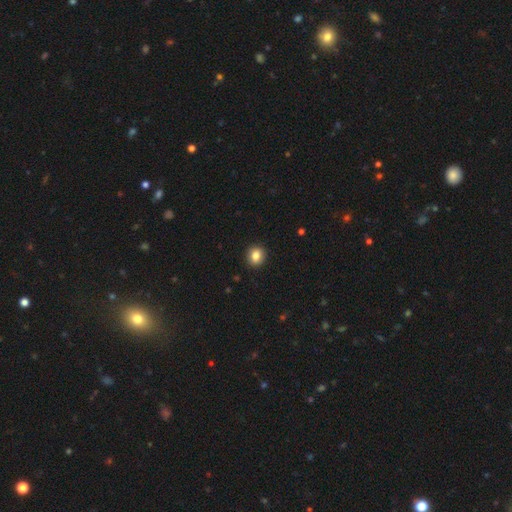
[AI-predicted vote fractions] Smooth or featured?
  - smooth: 85% *
  - star or artifact: 9%
  - featured or disk: 6%
How rounded?
  - round: 79% *
  - in between: 20%
  - cigar-shaped: 1%
Merging?
  - none: 92% *
  - minor disturbance: 5%
  - major disturbance: 2%
  - merger: 1%